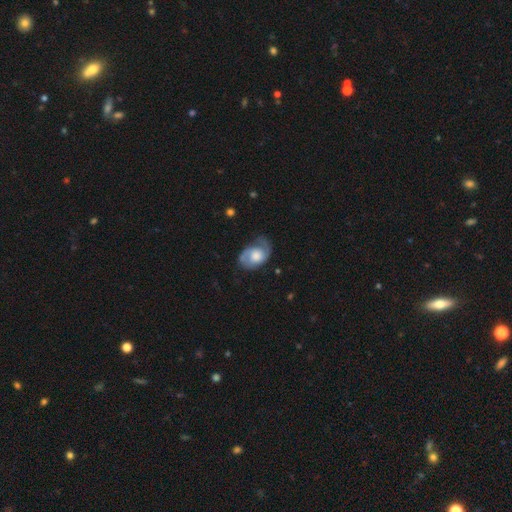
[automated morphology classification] Smooth or featured?
  - featured or disk: 63% *
  - smooth: 31%
  - star or artifact: 6%
Edge-on disk?
  - no: 97% *
  - yes: 3%
Bar?
  - no: 72% *
  - weak: 24%
  - strong: 4%
Spiral arms?
  - yes: 85% *
  - no: 15%
Spiral winding?
  - medium: 44% *
  - tight: 30%
  - loose: 25%
Spiral arm count?
  - 2: 75% *
  - can't tell: 11%
  - 1: 10%
  - 3: 2%
  - 4: 1%
  - more than 4: 1%
Bulge size?
  - large: 48% *
  - moderate: 30%
  - small: 9%
  - none: 7%
  - dominant: 6%
Merging?
  - none: 56% *
  - minor disturbance: 28%
  - major disturbance: 14%
  - merger: 2%